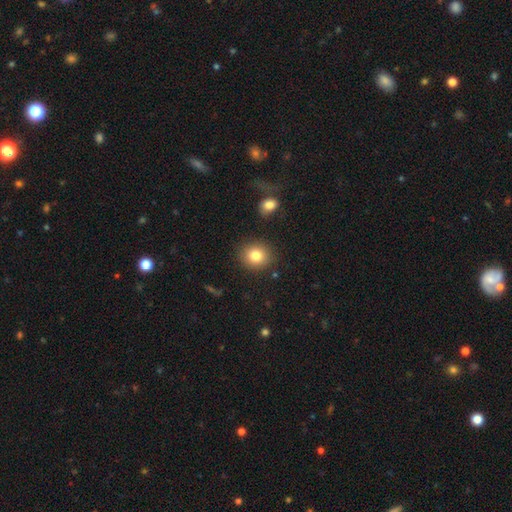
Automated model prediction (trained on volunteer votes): Smooth or featured? Predicted: smooth (p=0.82). How rounded? Predicted: round (p=0.80). Merging? Predicted: none (p=0.87).